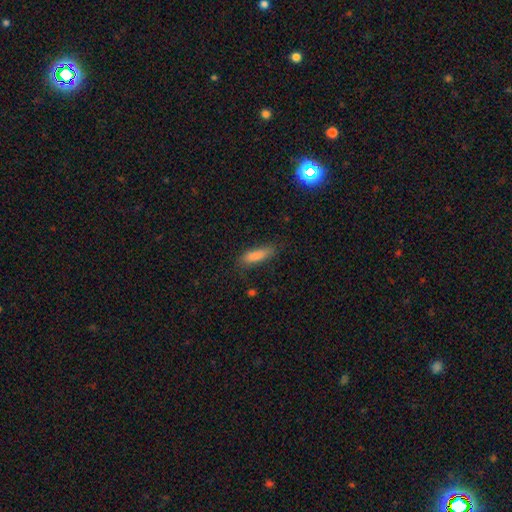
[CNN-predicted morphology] smooth_or_featured: smooth (p=0.85) [alt: featured or disk p=0.08]
how_rounded: cigar-shaped (p=0.52) [alt: in between p=0.46]
merging: none (p=0.73) [alt: minor disturbance p=0.20]